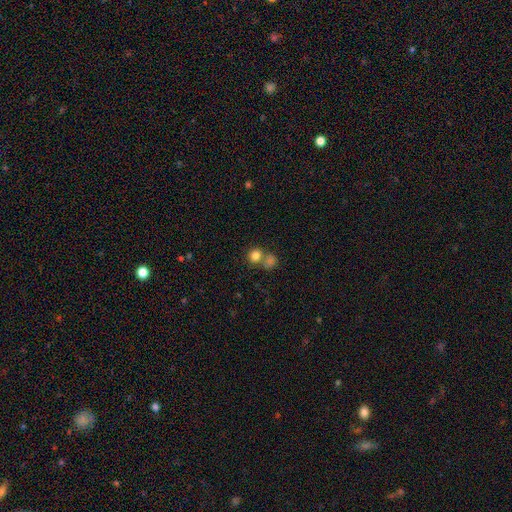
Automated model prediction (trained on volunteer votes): The model was most divided on "merging": none: 49%, merger: 38%, minor disturbance: 8%, major disturbance: 4%. More confident: how rounded — round (81%); smooth or featured — smooth (80%).